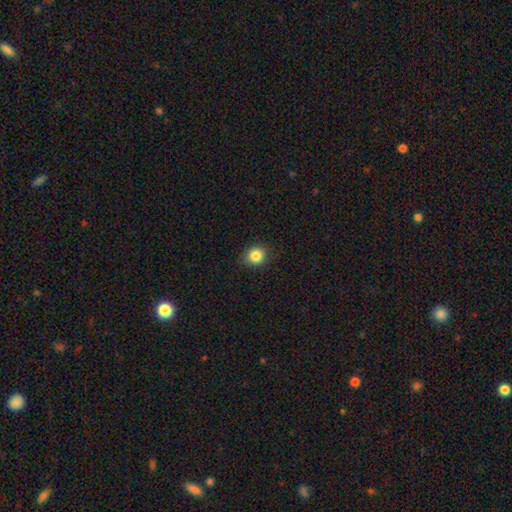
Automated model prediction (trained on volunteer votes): smooth-or-featured: smooth: 84% | star or artifact: 11% | featured or disk: 5%
  how-rounded: round: 83% | in between: 16% | cigar-shaped: 1%
  merging: none: 88% | minor disturbance: 9% | major disturbance: 2% | merger: 1%